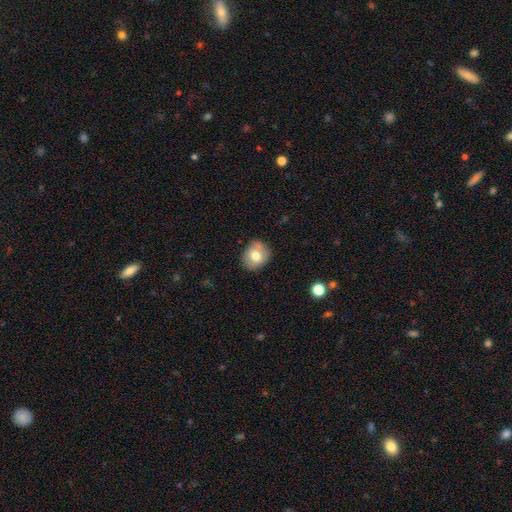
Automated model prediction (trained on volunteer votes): Smooth or featured: smooth — 74% (featured or disk — 18%)
How rounded: round — 65% (in between — 34%)
Merging: none — 78% (minor disturbance — 16%)